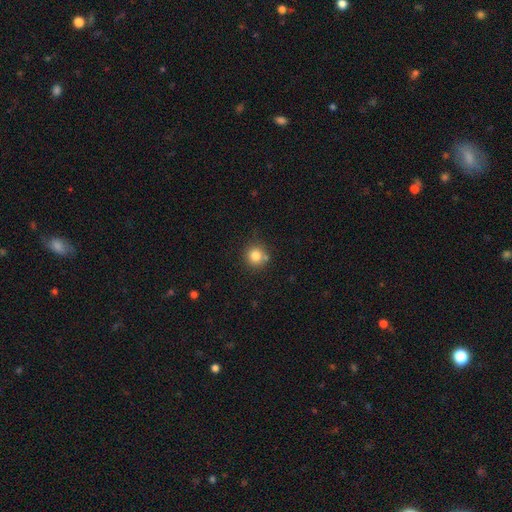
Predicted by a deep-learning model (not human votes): Smooth or featured: smooth — 81% (star or artifact — 11%)
How rounded: round — 92% (in between — 7%)
Merging: none — 73% (merger — 12%)